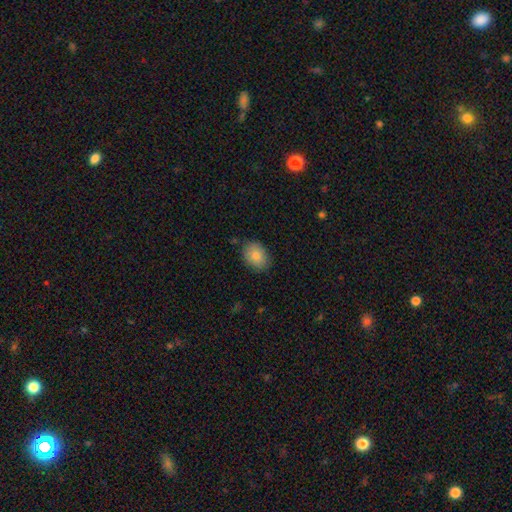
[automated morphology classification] Q: Smooth or featured?
A: smooth (85%); runner-up: featured or disk (8%)
Q: How rounded?
A: in between (71%); runner-up: round (28%)
Q: Merging?
A: none (82%); runner-up: minor disturbance (14%)